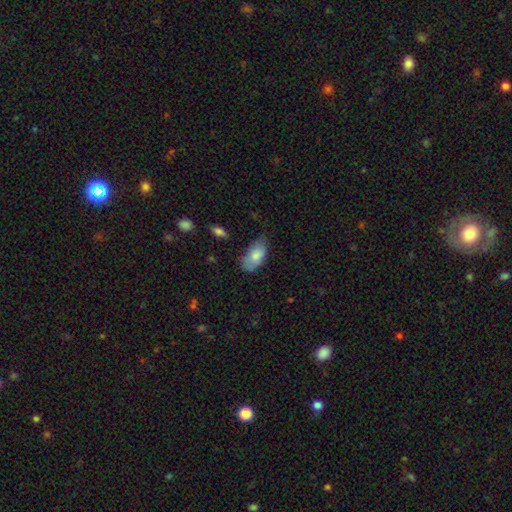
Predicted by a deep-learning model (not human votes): smooth-or-featured: smooth: 81% | featured or disk: 12% | star or artifact: 7%
  how-rounded: in between: 94% | round: 3% | cigar-shaped: 3%
  merging: none: 60% | minor disturbance: 31% | major disturbance: 7% | merger: 2%